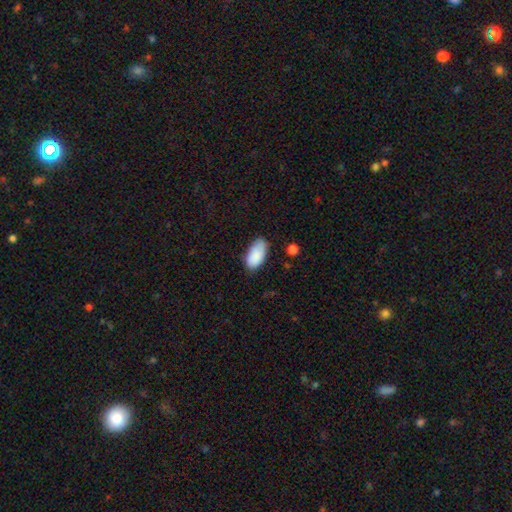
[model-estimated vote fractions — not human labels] A smooth galaxy with no disk features (88%) that is in between round and cigar-shaped (94%). Merging: none (69%).